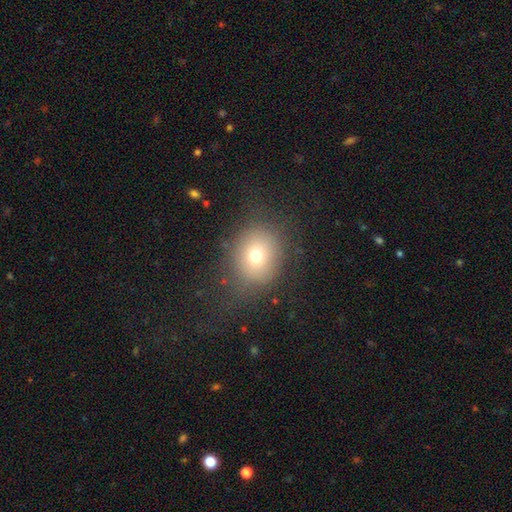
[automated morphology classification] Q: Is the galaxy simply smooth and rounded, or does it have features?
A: smooth — 71%.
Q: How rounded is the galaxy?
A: round — 68%.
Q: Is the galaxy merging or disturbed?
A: none — 76%.